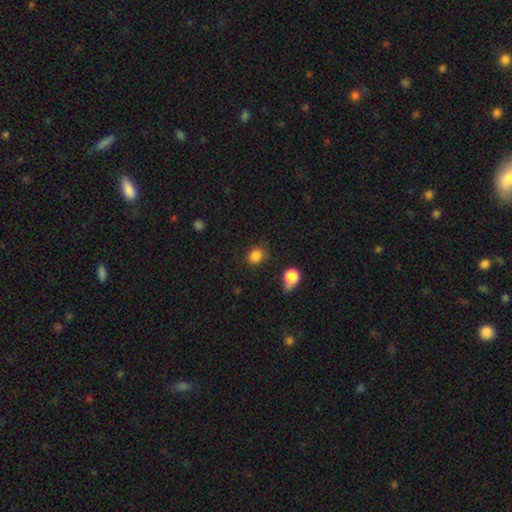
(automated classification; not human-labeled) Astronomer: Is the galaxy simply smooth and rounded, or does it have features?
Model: smooth — 84%.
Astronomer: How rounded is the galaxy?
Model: round — 73%.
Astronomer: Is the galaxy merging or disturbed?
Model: none — 80%.